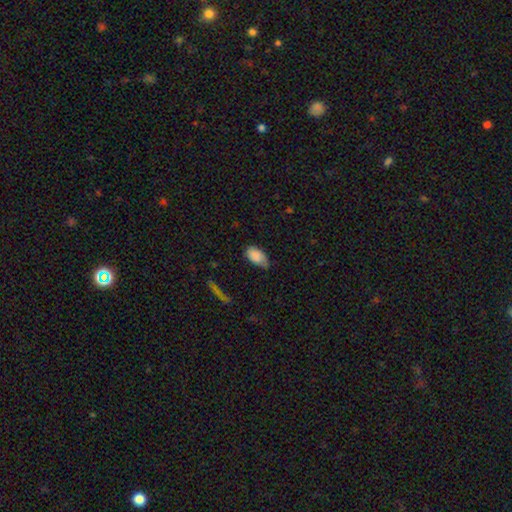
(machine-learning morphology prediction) Smooth or featured? Predicted: smooth (p=0.85). How rounded? Predicted: in between (p=0.94). Merging? Predicted: none (p=0.52).